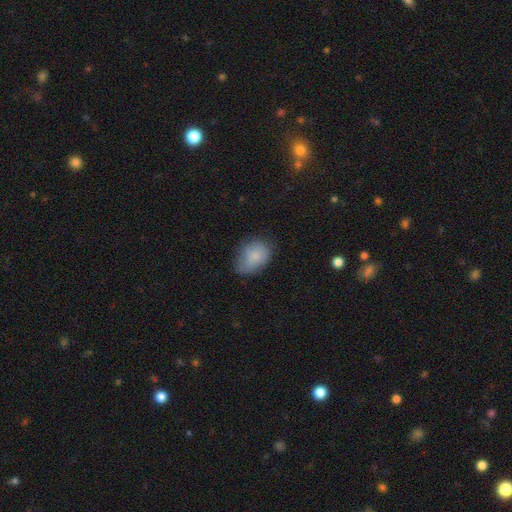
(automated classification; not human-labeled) Smooth or featured? smooth (80%)
How rounded? in between (74%)
Merging? none (52%)